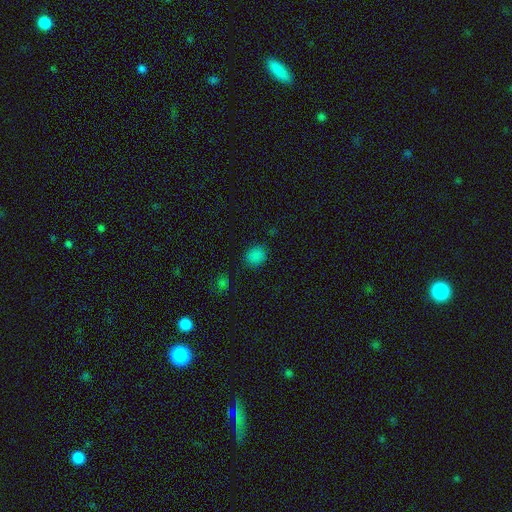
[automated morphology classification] smooth 82%, star or artifact 15%, featured or disk 3%. Down the decision tree: how rounded — round (68%); merging — none (84%).